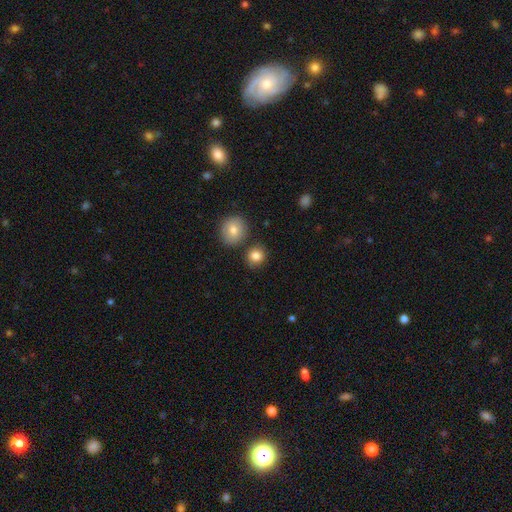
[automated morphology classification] Overall: smooth (84%). How rounded: round (81%). Merging: none (78%).